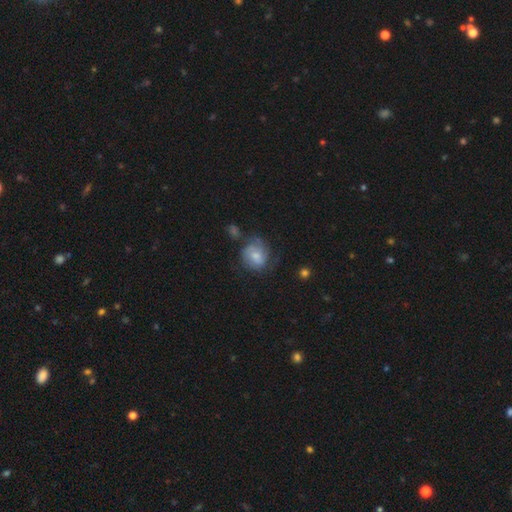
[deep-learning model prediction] A smooth galaxy with no disk features (54%) that is round (71%).

Vote fractions:
- Smooth or featured? smooth: 54% / featured or disk: 38% / star or artifact: 8%
- How rounded? round: 71% / in between: 28% / cigar-shaped: 1%
- Merging? none: 50% / minor disturbance: 27% / major disturbance: 16% / merger: 7%